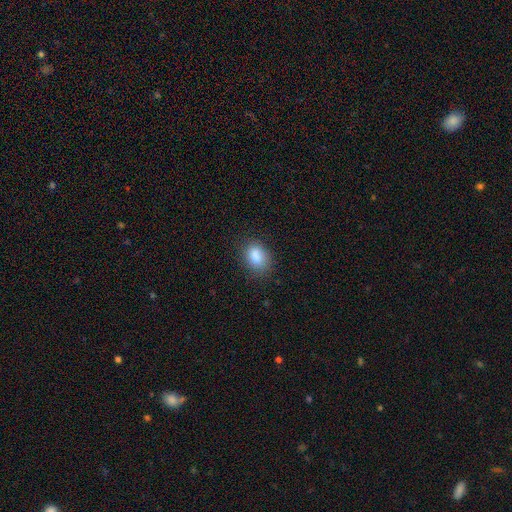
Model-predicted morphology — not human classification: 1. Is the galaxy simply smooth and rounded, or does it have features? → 87% smooth, 8% star or artifact, 5% featured or disk.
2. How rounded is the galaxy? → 76% in between, 22% round, 1% cigar-shaped.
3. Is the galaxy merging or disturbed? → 79% none, 16% minor disturbance, 4% major disturbance, 1% merger.